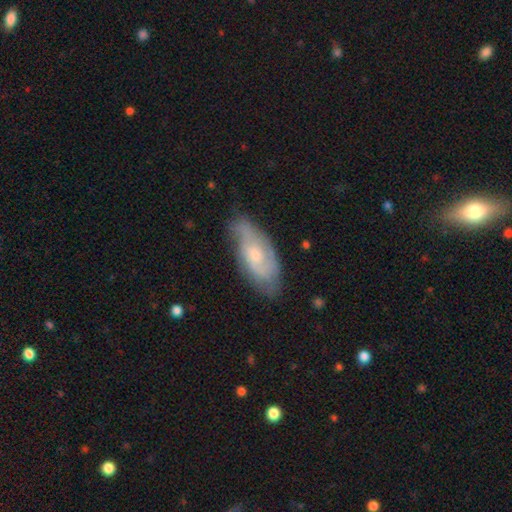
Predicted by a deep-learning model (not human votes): featured or disk 63%, smooth 31%, star or artifact 6%. Down the decision tree: edge-on disk — no (91%); bar — no (66%); spiral arms — yes (85%); bulge size — small (49%); merging — none (64%).